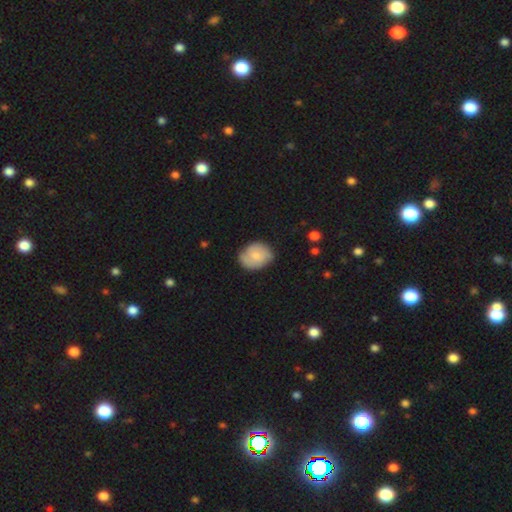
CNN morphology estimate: Smooth or featured?
  - smooth: 66% *
  - featured or disk: 28%
  - star or artifact: 6%
How rounded?
  - round: 50% *
  - in between: 49%
  - cigar-shaped: 1%
Merging?
  - none: 70% *
  - minor disturbance: 24%
  - major disturbance: 5%
  - merger: 1%